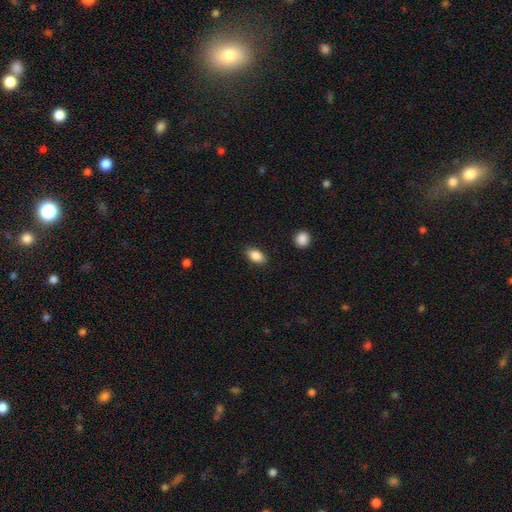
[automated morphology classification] A smooth galaxy with no disk features (87%) that is in between round and cigar-shaped (89%).

Vote fractions:
- Smooth or featured? smooth: 87% / star or artifact: 8% / featured or disk: 5%
- How rounded? in between: 89% / round: 8% / cigar-shaped: 3%
- Merging? none: 87% / minor disturbance: 9% / major disturbance: 2% / merger: 1%